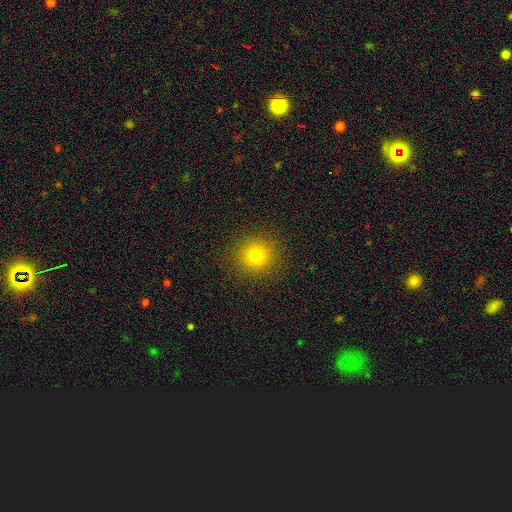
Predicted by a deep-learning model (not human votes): This is likely a smooth galaxy (76%). How rounded: clearly round (94%). Merging: clearly none (91%).